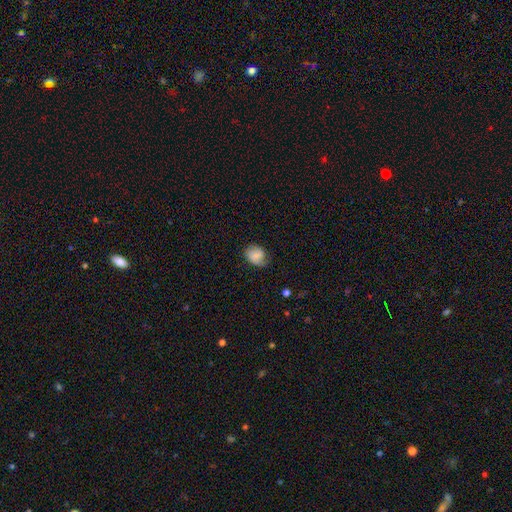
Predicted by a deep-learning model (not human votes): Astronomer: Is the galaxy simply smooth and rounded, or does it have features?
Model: smooth — 60%.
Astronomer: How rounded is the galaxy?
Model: in between — 55% (runner-up: round, 44%).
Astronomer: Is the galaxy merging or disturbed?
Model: none — 63%.